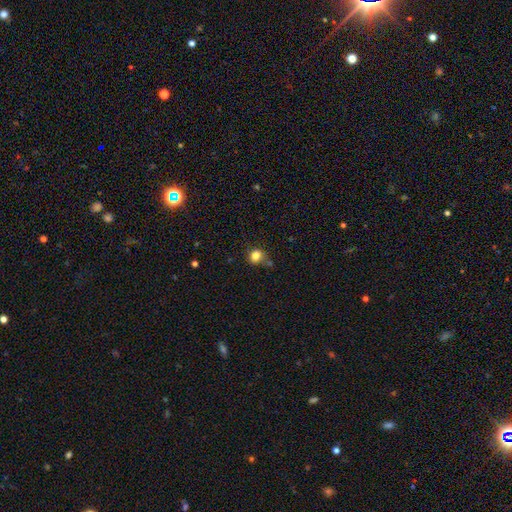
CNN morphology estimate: Overall: smooth (83%). How rounded: round (70%). Merging: none (65%).